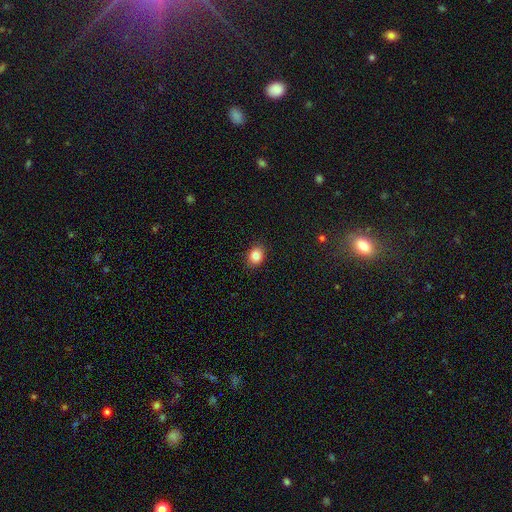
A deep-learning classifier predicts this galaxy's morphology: This appears to be a smooth galaxy with no disk features (85%) that is in between round and cigar-shaped (54%). Merging: none (88%).